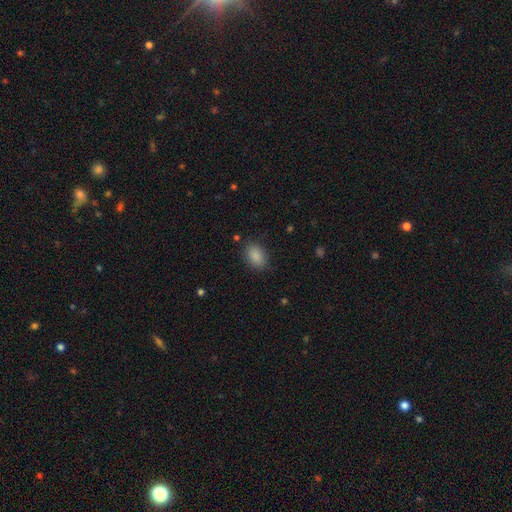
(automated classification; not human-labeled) Q: Smooth or featured?
A: smooth (88%); runner-up: star or artifact (8%)
Q: How rounded?
A: in between (87%); runner-up: round (12%)
Q: Merging?
A: none (84%); runner-up: minor disturbance (12%)